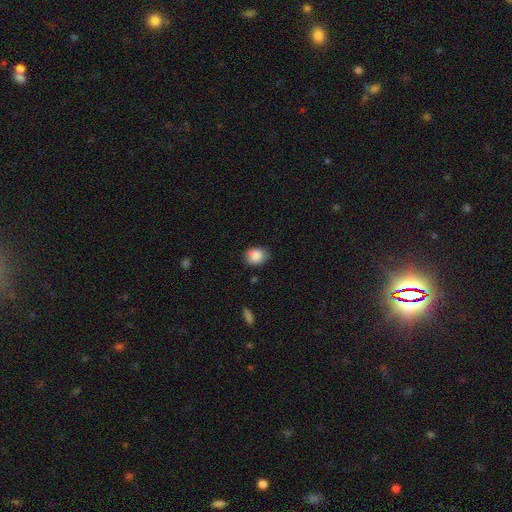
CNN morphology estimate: A smooth galaxy with no disk features (87%) that is in between round and cigar-shaped (64%).

Vote fractions:
- Smooth or featured? smooth: 87% / star or artifact: 7% / featured or disk: 6%
- How rounded? in between: 64% / round: 35% / cigar-shaped: 1%
- Merging? none: 79% / minor disturbance: 17% / major disturbance: 3% / merger: 1%